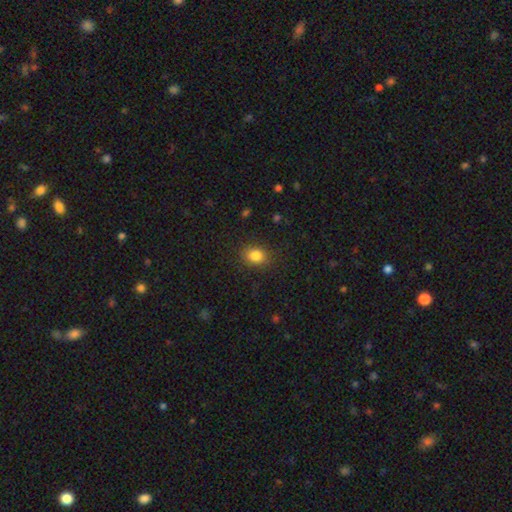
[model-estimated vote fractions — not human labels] smooth 84%, star or artifact 10%, featured or disk 6%. Down the decision tree: how rounded — in between (54%); merging — none (86%).